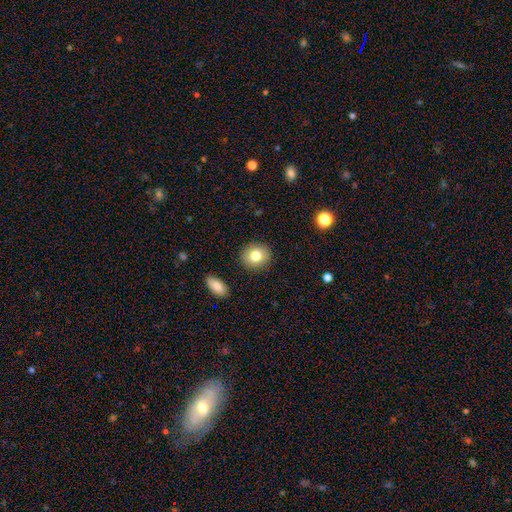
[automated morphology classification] smooth_or_featured: smooth (p=0.79) [alt: featured or disk p=0.12]
how_rounded: round (p=0.78) [alt: in between p=0.21]
merging: none (p=0.90) [alt: minor disturbance p=0.07]